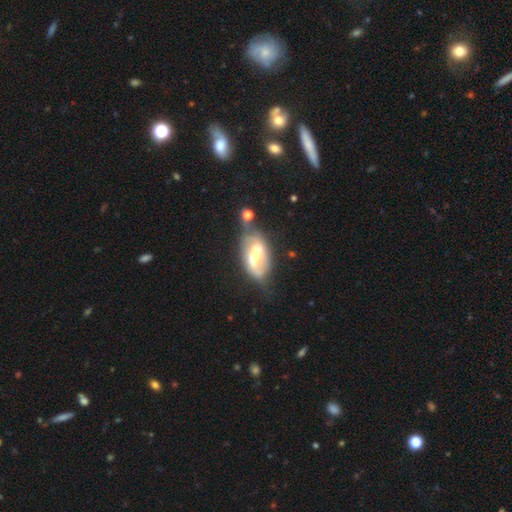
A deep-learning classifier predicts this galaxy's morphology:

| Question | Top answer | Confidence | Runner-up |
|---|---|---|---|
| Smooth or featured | featured or disk | 64% | smooth (30%) |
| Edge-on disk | no | 93% | yes (7%) |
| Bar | strong | 38% | tied: weak (38%) |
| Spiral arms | yes | 69% | no (31%) |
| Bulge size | moderate | 47% | small (32%) |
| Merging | none | 39% | minor disturbance (26%) |